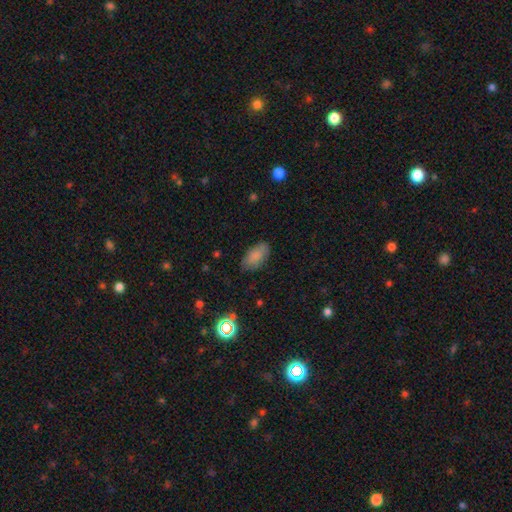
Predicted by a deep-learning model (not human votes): Morphology: type=smooth (84%); roundness=in between (94%); merging=none (80%).